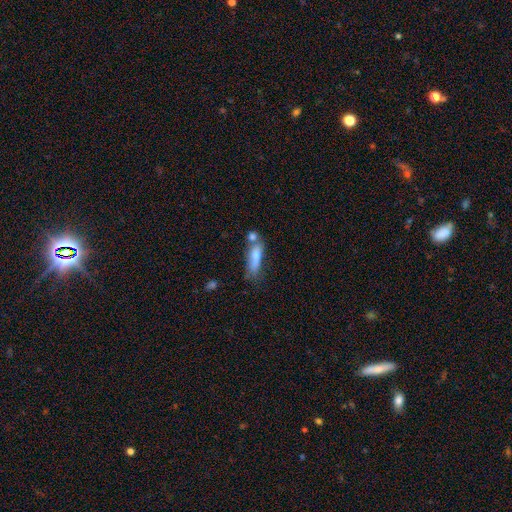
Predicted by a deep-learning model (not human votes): Q: Smooth or featured?
A: smooth (60%); runner-up: featured or disk (30%)
Q: How rounded?
A: cigar-shaped (61%); runner-up: in between (36%)
Q: Merging?
A: none (45%); runner-up: merger (24%)